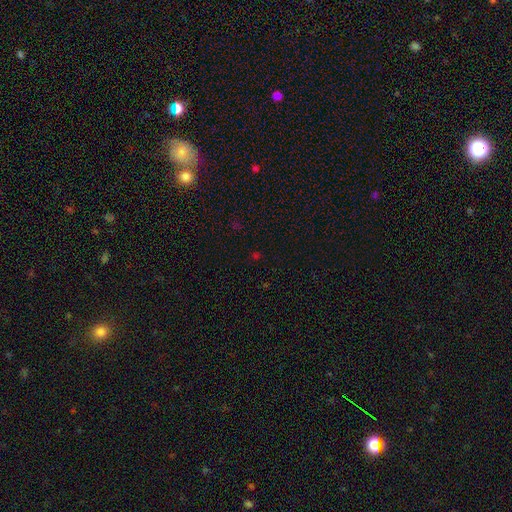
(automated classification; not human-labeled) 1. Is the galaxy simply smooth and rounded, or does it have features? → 57% star or artifact, 36% smooth, 6% featured or disk.